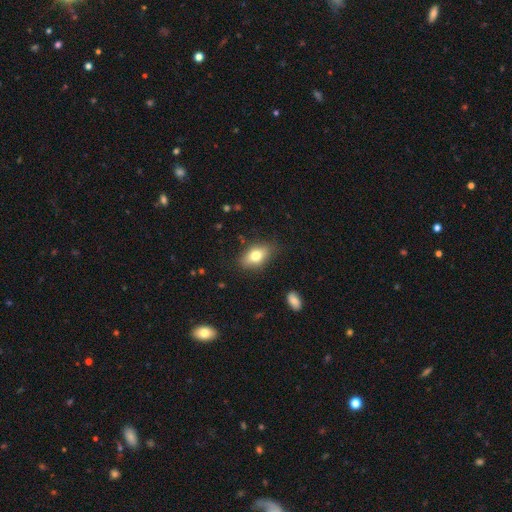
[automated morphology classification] Smooth or featured? Predicted: smooth (p=0.77). How rounded? Predicted: in between (p=0.87). Merging? Predicted: none (p=0.81).